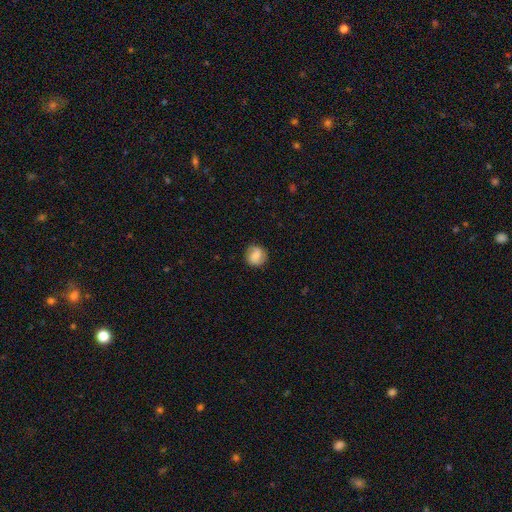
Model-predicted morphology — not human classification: A smooth galaxy with no disk features (67%) that is round (85%). Merging: none (82%).